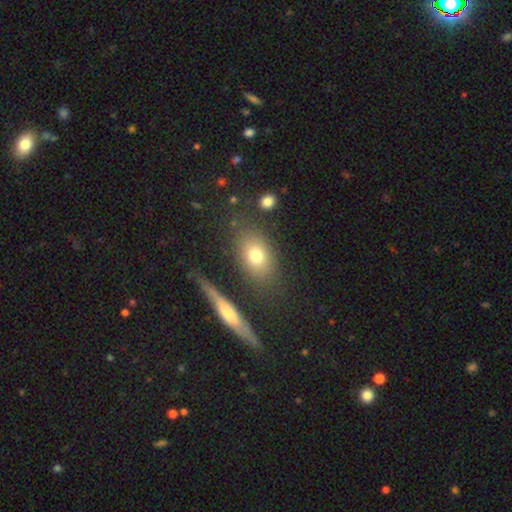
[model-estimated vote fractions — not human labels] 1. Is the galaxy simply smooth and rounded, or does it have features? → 73% smooth, 16% featured or disk, 11% star or artifact.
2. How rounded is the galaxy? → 70% in between, 26% round, 4% cigar-shaped.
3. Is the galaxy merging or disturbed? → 77% none, 11% minor disturbance, 7% merger, 5% major disturbance.